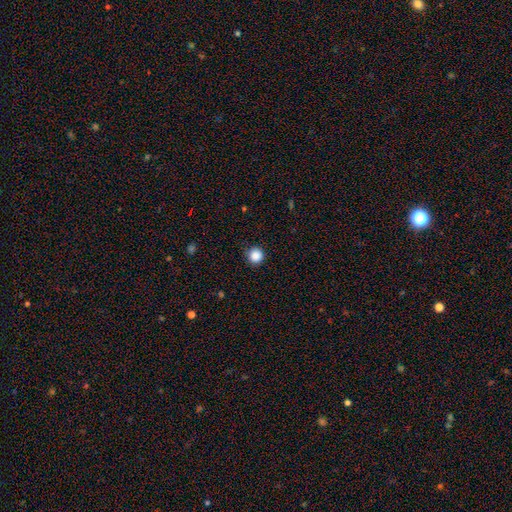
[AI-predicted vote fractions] Smooth or featured? Predicted: smooth (p=0.87). How rounded? Predicted: round (p=0.95). Merging? Predicted: none (p=0.89).